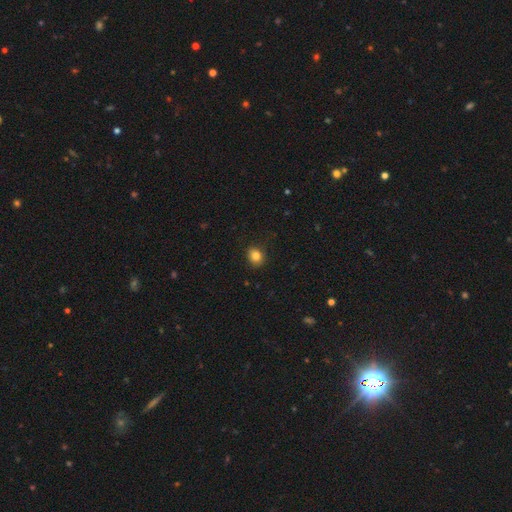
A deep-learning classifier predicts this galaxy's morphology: This is clearly a smooth galaxy (83%). How rounded: likely round (64%). Merging: clearly none (88%).